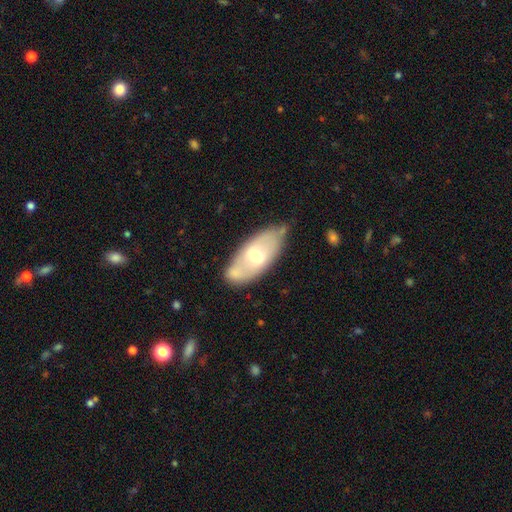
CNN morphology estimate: A smooth galaxy with no disk features (53%) that is in between round and cigar-shaped (88%).

Vote fractions:
- Smooth or featured? smooth: 53% / featured or disk: 41% / star or artifact: 6%
- How rounded? in between: 88% / cigar-shaped: 9% / round: 3%
- Merging? none: 62% / minor disturbance: 23% / merger: 10% / major disturbance: 6%